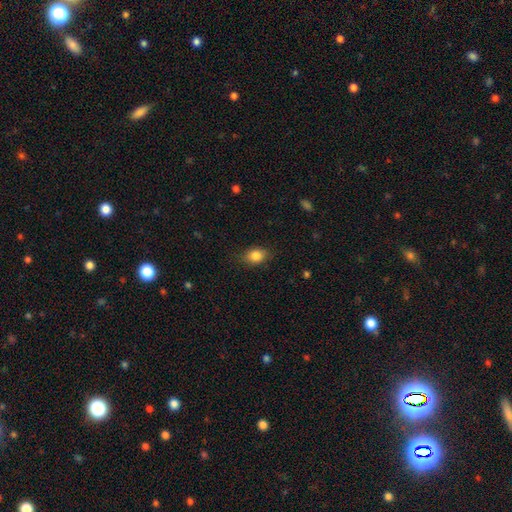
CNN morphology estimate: Smooth or featured: smooth — 85% (star or artifact — 9%)
How rounded: in between — 69% (round — 30%)
Merging: none — 81% (minor disturbance — 15%)